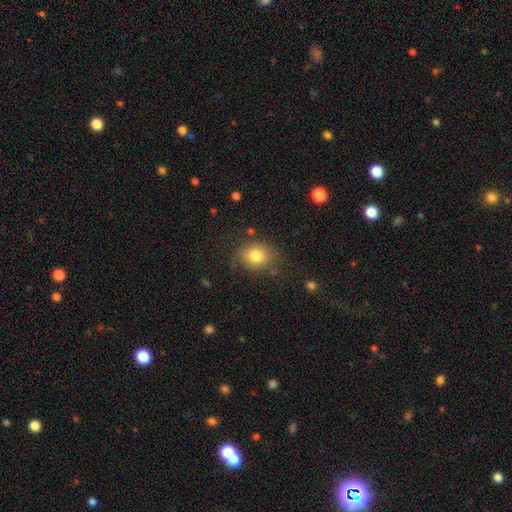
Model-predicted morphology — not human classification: A smooth galaxy with no disk features (80%) that is round (63%).

Vote fractions:
- Smooth or featured? smooth: 80% / star or artifact: 11% / featured or disk: 9%
- How rounded? round: 63% / in between: 36% / cigar-shaped: 1%
- Merging? none: 76% / minor disturbance: 16% / major disturbance: 5% / merger: 3%